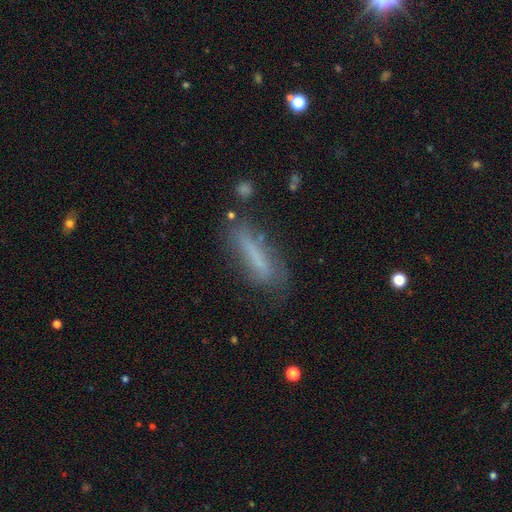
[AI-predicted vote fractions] Smooth or featured: smooth — 59% (featured or disk — 31%)
How rounded: cigar-shaped — 77% (in between — 21%)
Merging: none — 64% (minor disturbance — 22%)